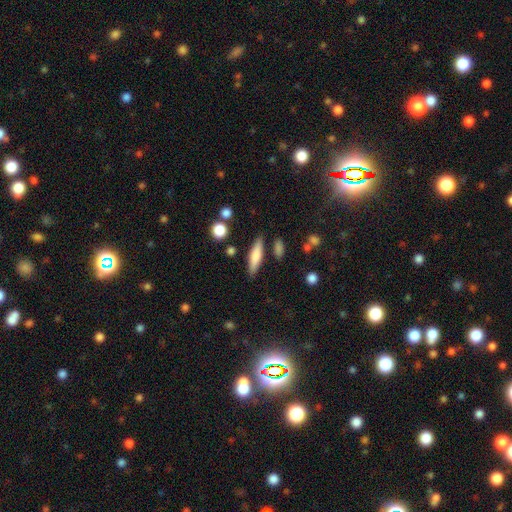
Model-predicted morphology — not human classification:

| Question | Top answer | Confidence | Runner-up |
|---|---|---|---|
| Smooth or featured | smooth | 70% | featured or disk (24%) |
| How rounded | cigar-shaped | 73% | in between (24%) |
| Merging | none | 83% | minor disturbance (10%) |